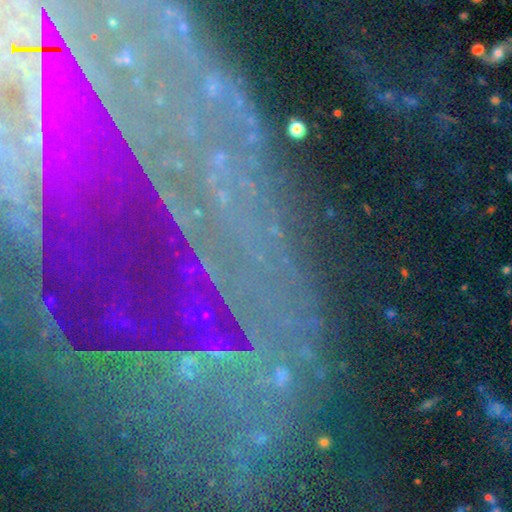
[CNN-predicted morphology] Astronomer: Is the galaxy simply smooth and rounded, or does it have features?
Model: star or artifact — 76%.